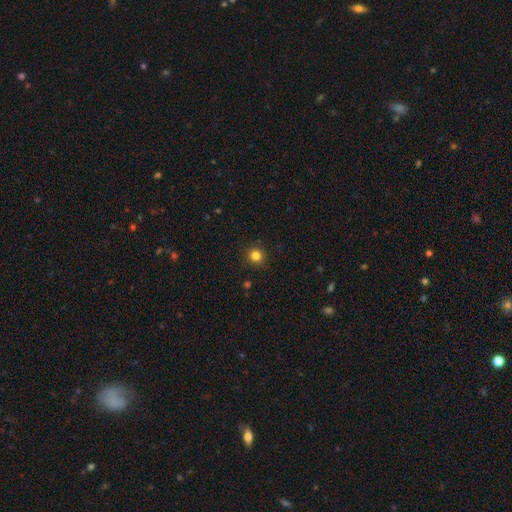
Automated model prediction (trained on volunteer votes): A smooth galaxy with no disk features (82%) that is round (92%). Merging: none (91%).